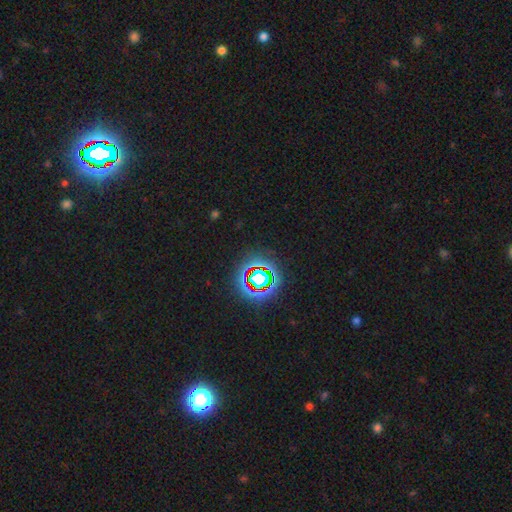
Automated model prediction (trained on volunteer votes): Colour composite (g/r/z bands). It shows a star or artifact, not a galaxy (76%).